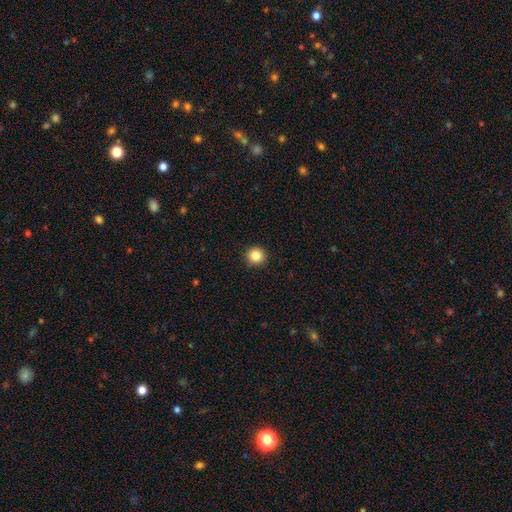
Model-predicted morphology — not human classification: smooth_or_featured: smooth (p=0.86) [alt: star or artifact p=0.10]
how_rounded: round (p=0.94) [alt: in between p=0.05]
merging: none (p=0.91) [alt: minor disturbance p=0.06]